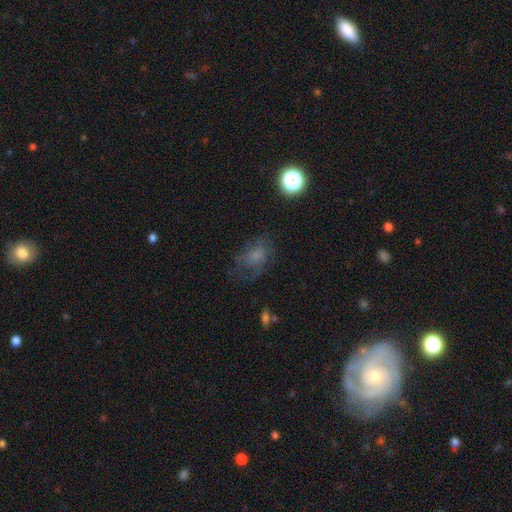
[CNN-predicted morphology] Smooth or featured? smooth (56%)
How rounded? in between (69%)
Merging? none (53%)